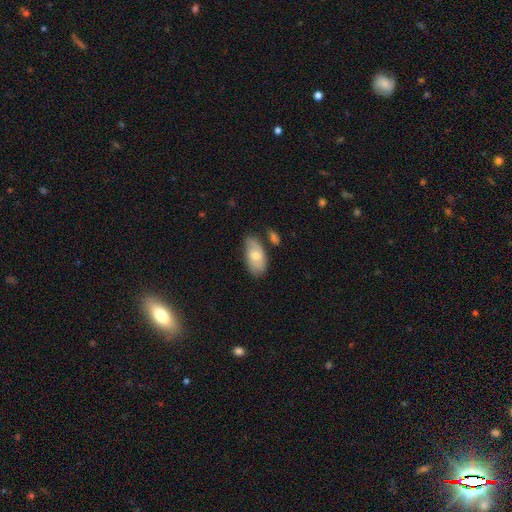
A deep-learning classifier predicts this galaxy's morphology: smooth 66%, featured or disk 28%, star or artifact 6%. Down the decision tree: how rounded — in between (93%); merging — none (61%).